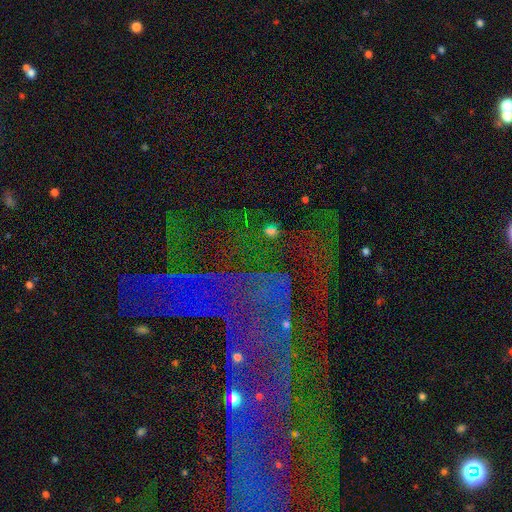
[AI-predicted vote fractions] Smooth or featured? star or artifact (69%)